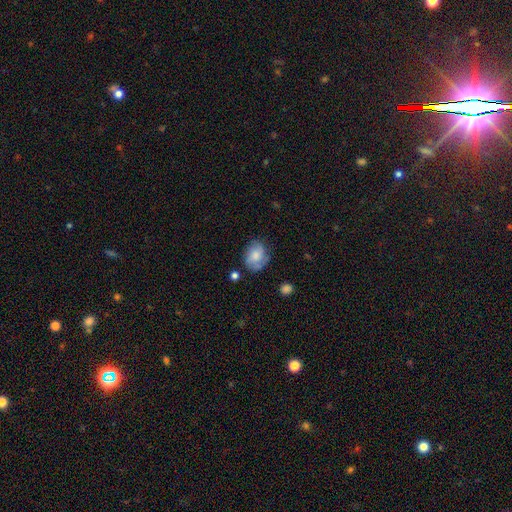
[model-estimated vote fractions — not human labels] Smooth or featured? smooth (50%)
How rounded? in between (59%)
Merging? none (63%)